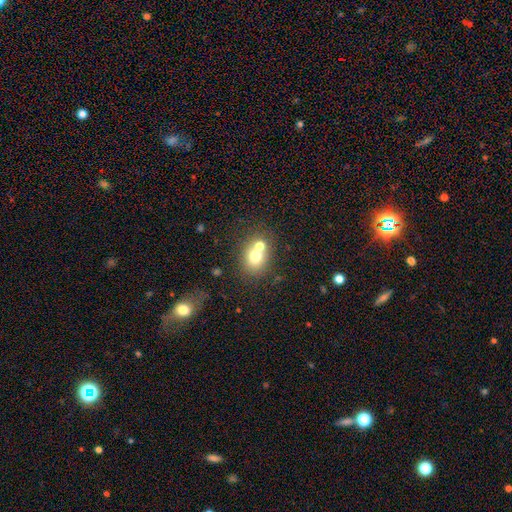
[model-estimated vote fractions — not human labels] Morphology: type=smooth (69%); roundness=round (60%); merging=none (45%).